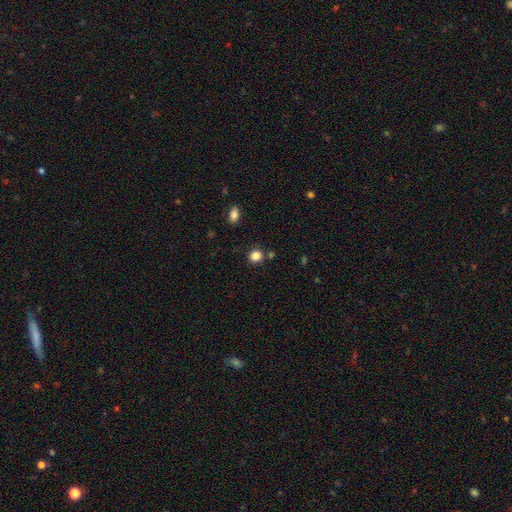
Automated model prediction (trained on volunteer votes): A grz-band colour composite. It shows a smooth galaxy with no disk features (84%) that is round (84%). Merging: none (82%).